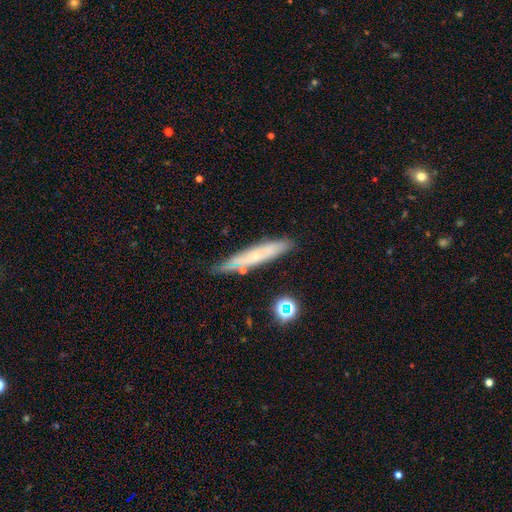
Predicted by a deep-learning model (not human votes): Overall: featured or disk (49%; smooth 43%). Merging: none (78%).